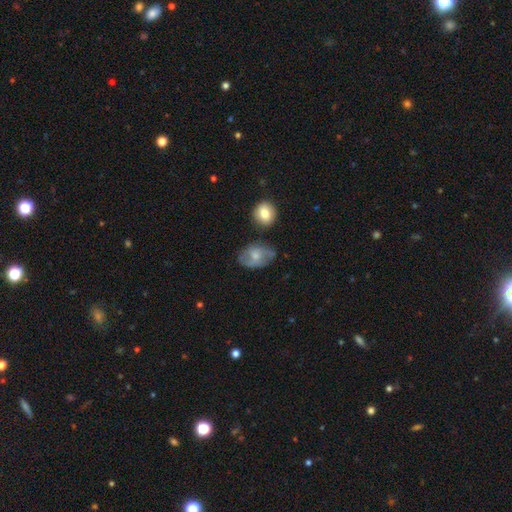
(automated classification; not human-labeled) Smooth or featured?
  - smooth: 49% *
  - featured or disk: 44%
  - star or artifact: 7%
Merging?
  - none: 60% *
  - minor disturbance: 26%
  - major disturbance: 10%
  - merger: 5%